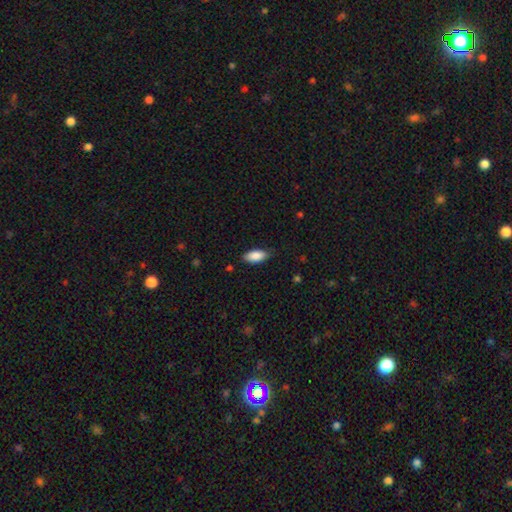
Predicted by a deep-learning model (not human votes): This is clearly a smooth galaxy (87%). How rounded: clearly in between (88%). Merging: likely none (80%).